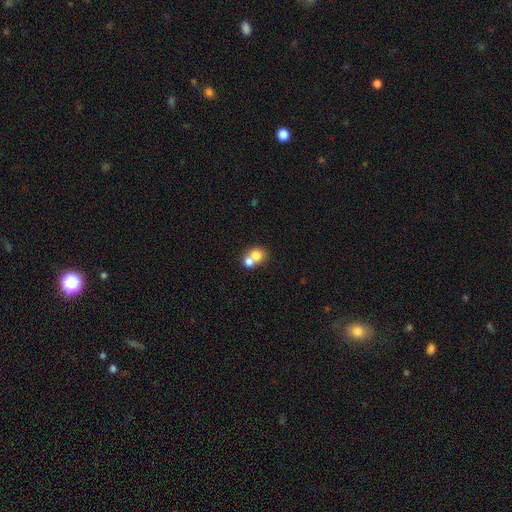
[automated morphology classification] This appears to be a smooth galaxy with no disk features (74%) that is round (69%). Merging: merger (67%).